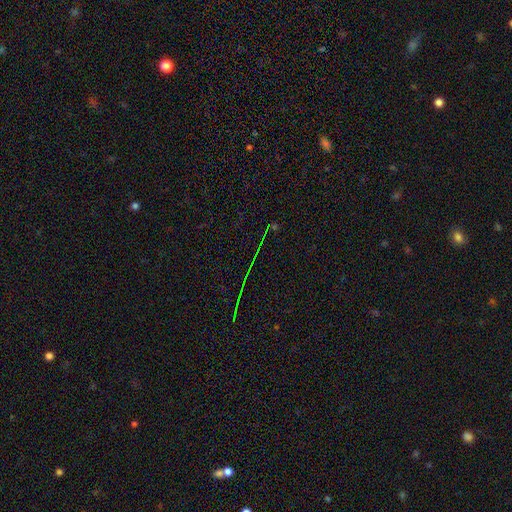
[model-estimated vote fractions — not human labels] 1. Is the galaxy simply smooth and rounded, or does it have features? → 77% star or artifact, 12% smooth, 11% featured or disk.